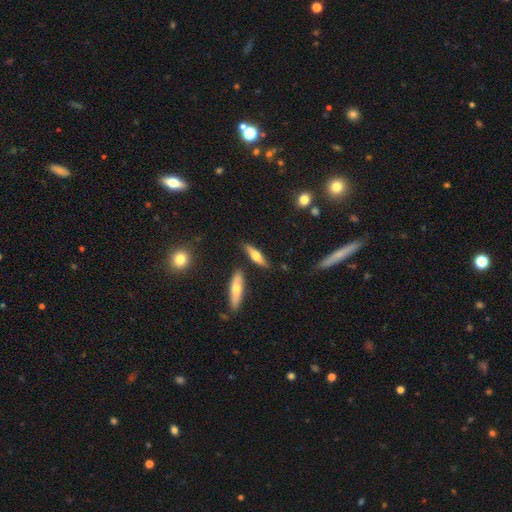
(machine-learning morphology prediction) Smooth or featured: smooth — 49% (featured or disk — 44%)
Merging: none — 78% (minor disturbance — 13%)